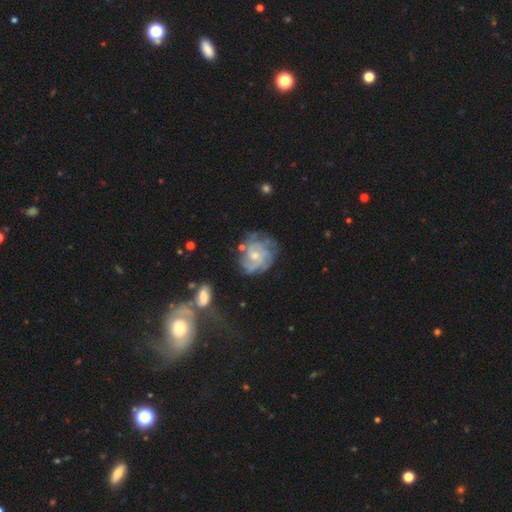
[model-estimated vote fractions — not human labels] smooth_or_featured: featured or disk (p=0.79) [alt: smooth p=0.14]
disk_edge_on: no (p=0.98) [alt: yes p=0.02]
bar: no (p=0.66) [alt: weak p=0.30]
has_spiral_arms: yes (p=0.92) [alt: no p=0.08]
spiral_winding: tight (p=0.51) [alt: medium p=0.36]
spiral_arm_count: can't tell (p=0.36) [alt: 3 p=0.20]
bulge_size: small (p=0.53) [alt: moderate p=0.39]
merging: none (p=0.65) [alt: minor disturbance p=0.20]